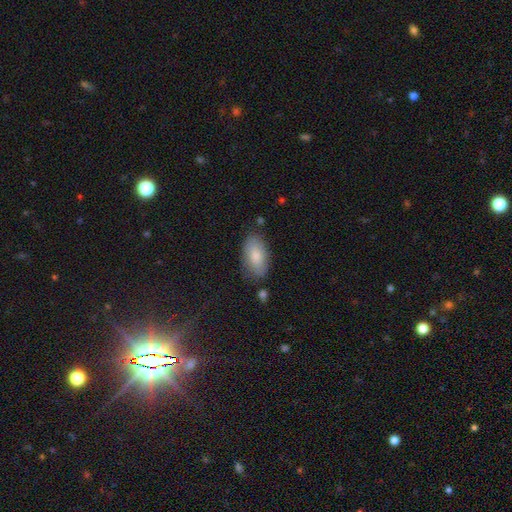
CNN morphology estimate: Smooth or featured?
  - smooth: 82% *
  - featured or disk: 12%
  - star or artifact: 6%
How rounded?
  - in between: 93% *
  - cigar-shaped: 4%
  - round: 3%
Merging?
  - none: 77% *
  - minor disturbance: 16%
  - major disturbance: 4%
  - merger: 3%